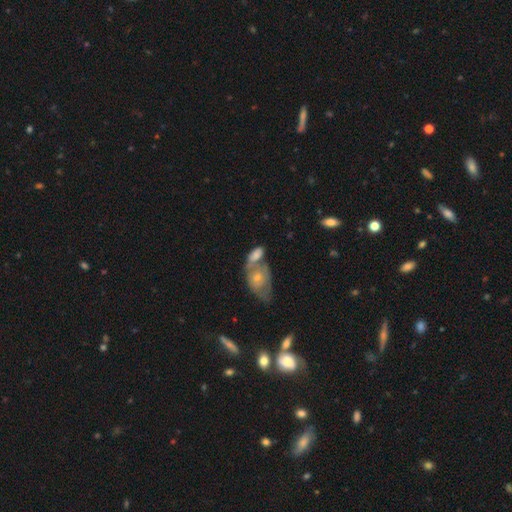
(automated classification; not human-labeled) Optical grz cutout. It shows a smooth galaxy with no disk features (57%) that is in between round and cigar-shaped (84%). Merging: merger (56%).